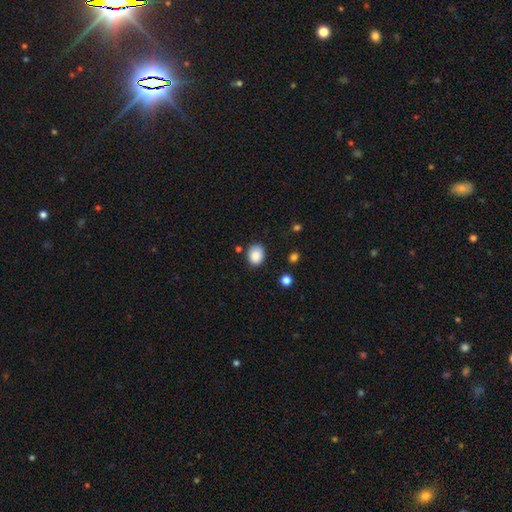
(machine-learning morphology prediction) This is clearly a smooth galaxy (87%). How rounded: possibly in between (56%). Merging: likely none (76%).